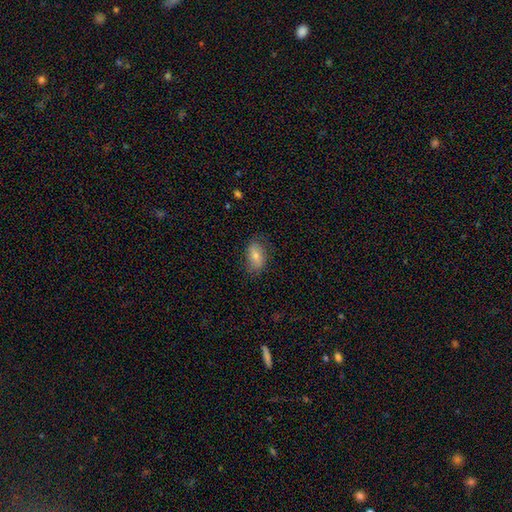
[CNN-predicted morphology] smooth-or-featured: smooth: 71% | featured or disk: 21% | star or artifact: 8%
  how-rounded: in between: 89% | round: 9% | cigar-shaped: 3%
  merging: none: 77% | minor disturbance: 18% | major disturbance: 5% | merger: 1%